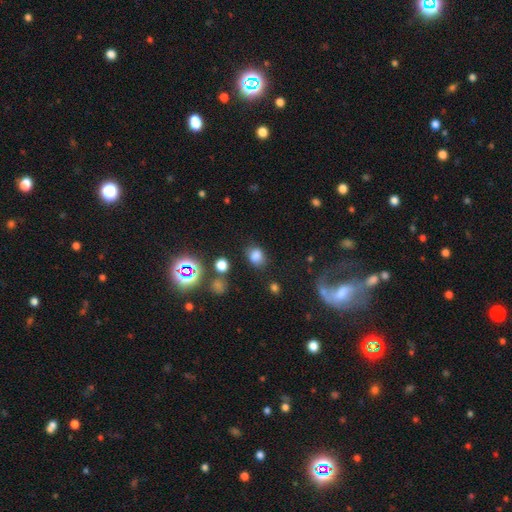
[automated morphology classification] Overall: smooth (77%). How rounded: in between (52%; round 47%). Merging: none (72%).